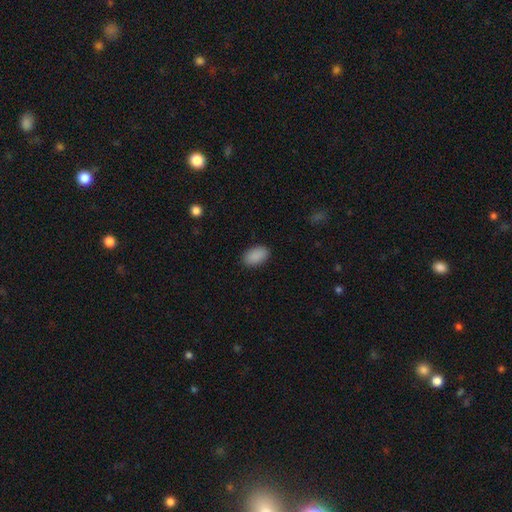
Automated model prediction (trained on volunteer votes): smooth 90%, star or artifact 7%, featured or disk 3%. Down the decision tree: how rounded — in between (93%); merging — none (89%).